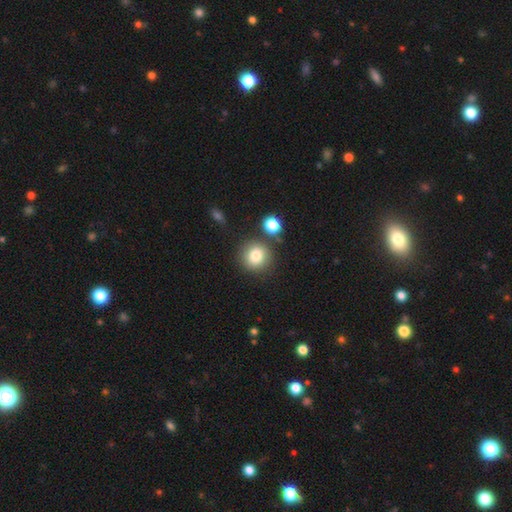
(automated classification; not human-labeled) Overall: smooth (80%). How rounded: round (92%). Merging: none (80%).